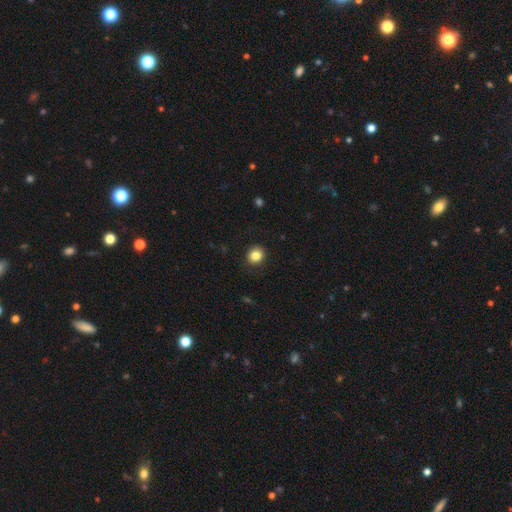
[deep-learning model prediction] The model was most divided on "how rounded": round: 80%, in between: 19%, cigar-shaped: 1%. More confident: merging — none (90%); smooth or featured — smooth (84%).